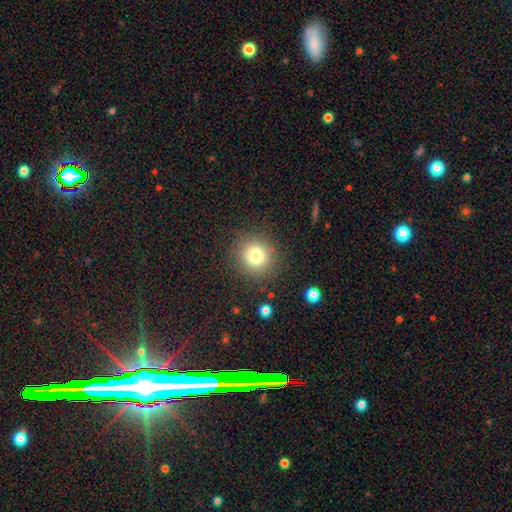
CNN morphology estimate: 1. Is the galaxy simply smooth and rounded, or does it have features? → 78% smooth, 13% star or artifact, 8% featured or disk.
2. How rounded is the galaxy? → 91% round, 8% in between, 1% cigar-shaped.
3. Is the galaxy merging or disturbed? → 87% none, 8% minor disturbance, 4% major disturbance, 1% merger.